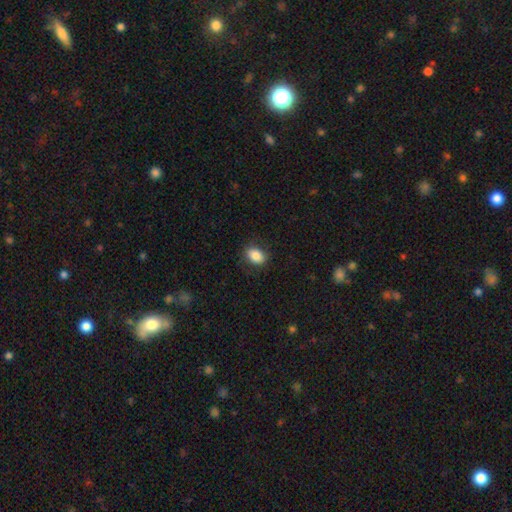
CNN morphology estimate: This appears to be a smooth galaxy with no disk features (85%) that is in between round and cigar-shaped (78%). Merging: none (84%).